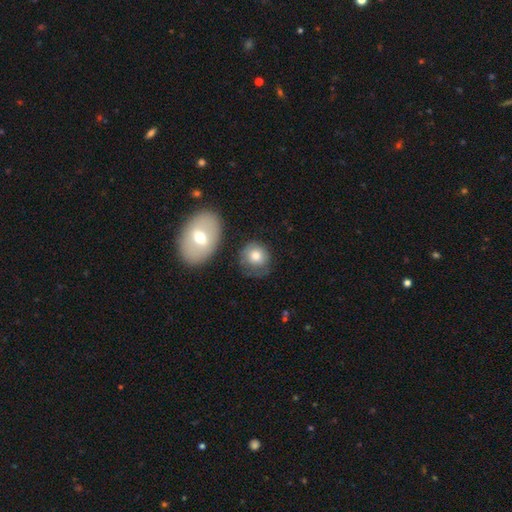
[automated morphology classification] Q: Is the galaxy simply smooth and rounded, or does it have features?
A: smooth — 77%.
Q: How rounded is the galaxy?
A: round — 79%.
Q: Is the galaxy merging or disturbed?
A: none — 63%.